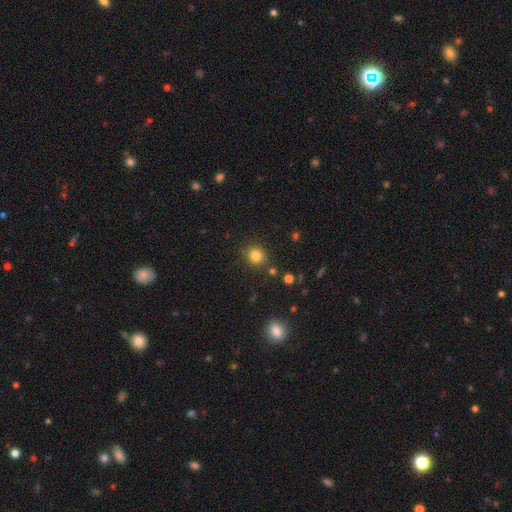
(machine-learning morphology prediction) Q: Smooth or featured?
A: smooth (82%); runner-up: star or artifact (13%)
Q: How rounded?
A: round (87%); runner-up: in between (12%)
Q: Merging?
A: none (84%); runner-up: minor disturbance (9%)